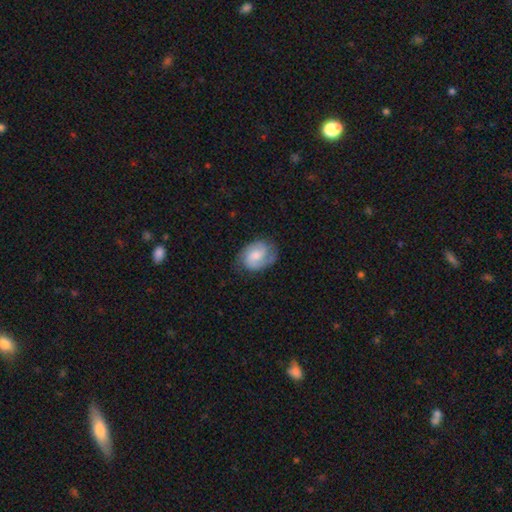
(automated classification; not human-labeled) Smooth or featured? Predicted: featured or disk (p=0.62). Edge-on disk? Predicted: no (p=0.97). Bar? Predicted: no (p=0.50). Spiral arms? Predicted: yes (p=0.92). Spiral winding? Predicted: medium (p=0.45). Spiral arm count? Predicted: 2 (p=0.76). Bulge size? Predicted: moderate (p=0.46). Merging? Predicted: none (p=0.70).